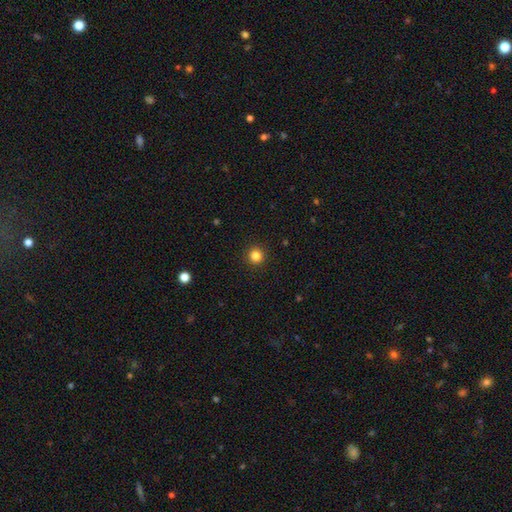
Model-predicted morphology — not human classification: smooth_or_featured: smooth (p=0.84) [alt: star or artifact p=0.12]
how_rounded: round (p=0.96) [alt: in between p=0.04]
merging: none (p=0.93) [alt: minor disturbance p=0.05]